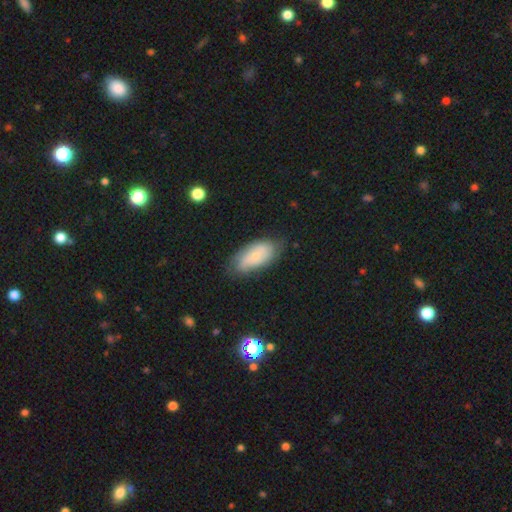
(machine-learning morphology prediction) The model was most divided on "smooth or featured": smooth: 52%, featured or disk: 40%, star or artifact: 8%. More confident: how rounded — in between (90%); merging — none (70%).